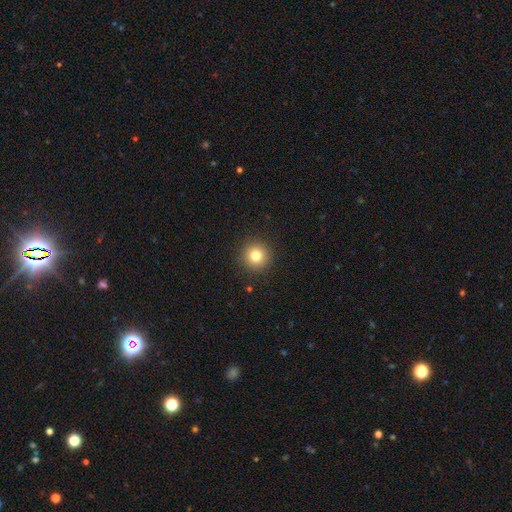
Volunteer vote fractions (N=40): Smooth or featured: smooth — 82% (featured or disk — 10%)
How rounded: round — 100%
Merging: none — 92% (minor disturbance — 8%)